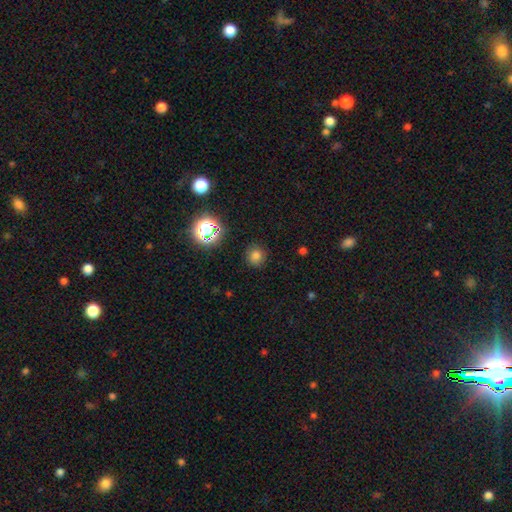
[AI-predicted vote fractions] Overall: smooth (75%). How rounded: round (91%). Merging: none (88%).